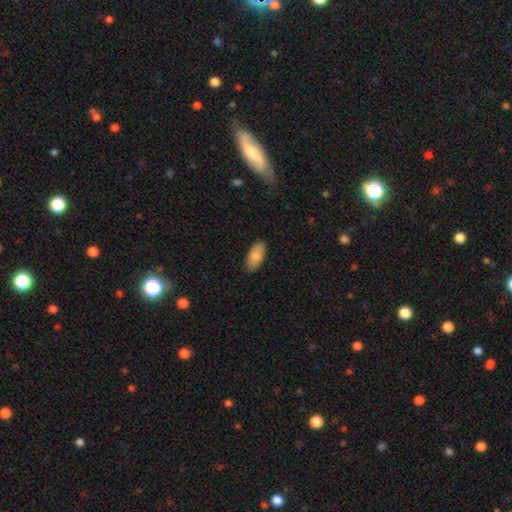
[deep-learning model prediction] This is clearly a smooth galaxy (83%). How rounded: clearly in between (91%). Merging: clearly none (87%).